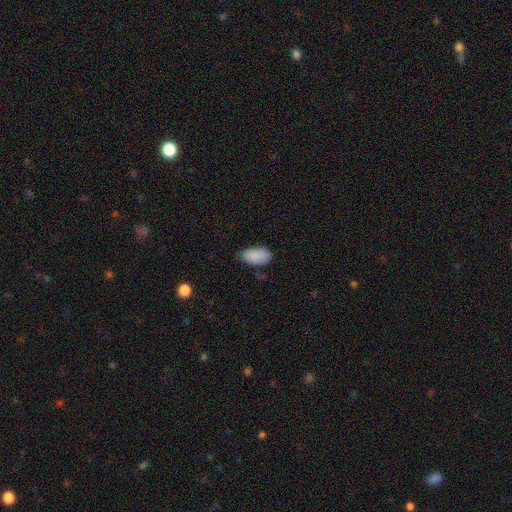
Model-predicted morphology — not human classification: type=smooth (88%); roundness=in between (94%); merging=none (74%).